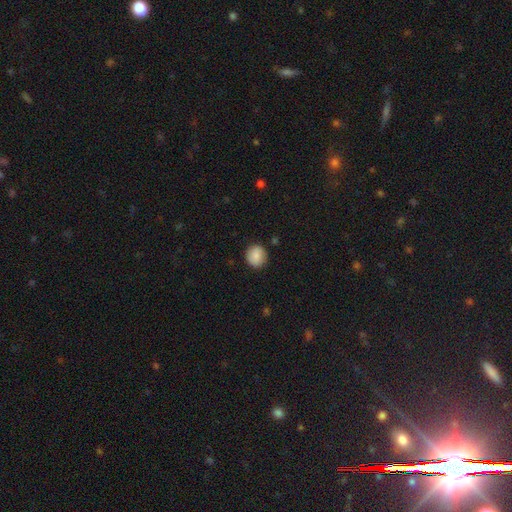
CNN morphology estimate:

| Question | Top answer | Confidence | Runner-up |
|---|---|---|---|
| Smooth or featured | smooth | 87% | star or artifact (7%) |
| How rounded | round | 87% | in between (12%) |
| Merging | none | 89% | minor disturbance (8%) |